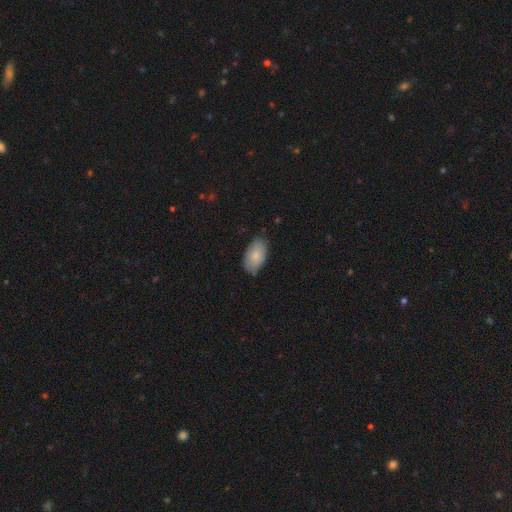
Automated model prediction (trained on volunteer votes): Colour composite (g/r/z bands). It shows a smooth galaxy with no disk features (81%) that is in between round and cigar-shaped (95%). Merging: none (76%).